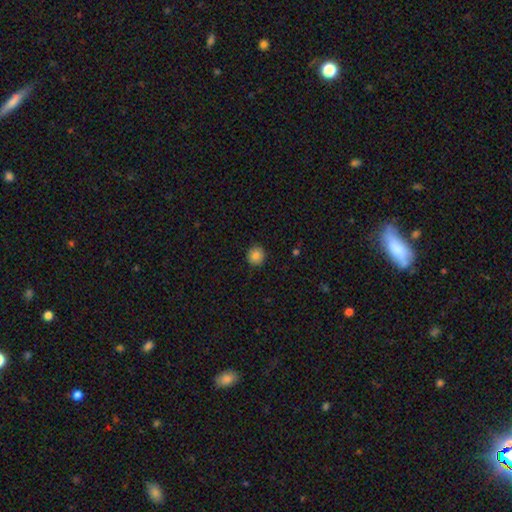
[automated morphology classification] Smooth or featured? Predicted: smooth (p=0.84). How rounded? Predicted: round (p=0.92). Merging? Predicted: none (p=0.90).